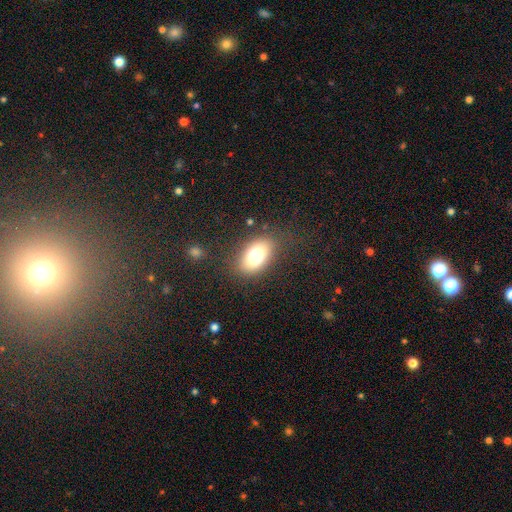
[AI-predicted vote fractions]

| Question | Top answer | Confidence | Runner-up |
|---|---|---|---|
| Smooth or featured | smooth | 78% | featured or disk (13%) |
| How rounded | in between | 90% | round (8%) |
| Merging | none | 79% | minor disturbance (13%) |